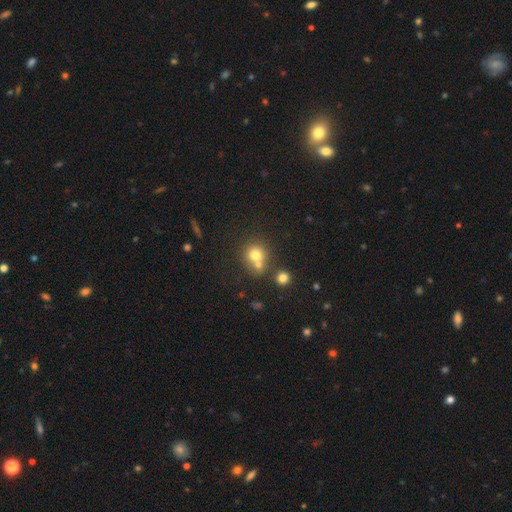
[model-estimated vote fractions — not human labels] Morphology: type=smooth (72%); roundness=round (84%); merging=none (47%).